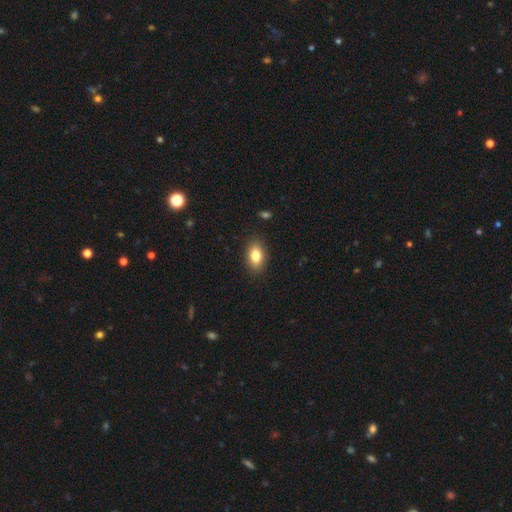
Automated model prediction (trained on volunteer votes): A smooth galaxy with no disk features (82%) that is in between round and cigar-shaped (87%).

Vote fractions:
- Smooth or featured? smooth: 82% / featured or disk: 10% / star or artifact: 8%
- How rounded? in between: 87% / round: 11% / cigar-shaped: 2%
- Merging? none: 88% / minor disturbance: 9% / major disturbance: 2% / merger: 1%